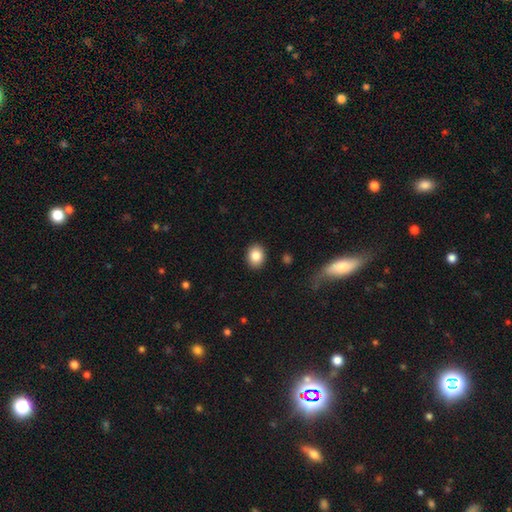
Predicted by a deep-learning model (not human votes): Overall: smooth (84%). How rounded: in between (52%; round 47%). Merging: none (90%).